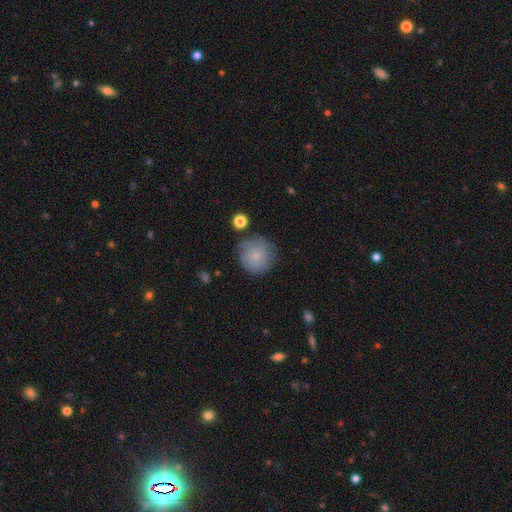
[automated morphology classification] This appears to be a smooth galaxy with no disk features (77%) that is round (92%). Merging: none (68%).